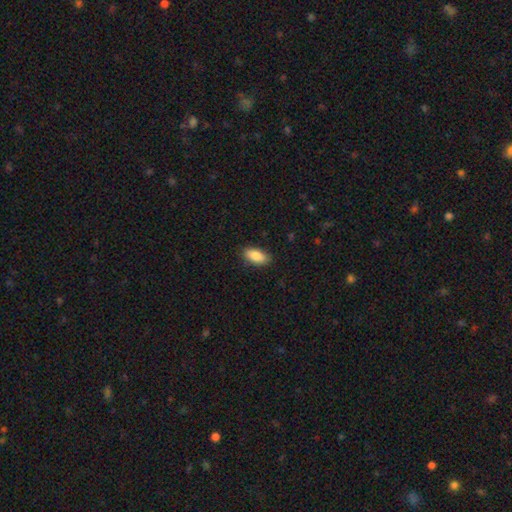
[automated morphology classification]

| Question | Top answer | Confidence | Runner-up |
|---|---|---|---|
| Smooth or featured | smooth | 86% | featured or disk (7%) |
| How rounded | in between | 90% | cigar-shaped (8%) |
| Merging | none | 87% | minor disturbance (10%) |